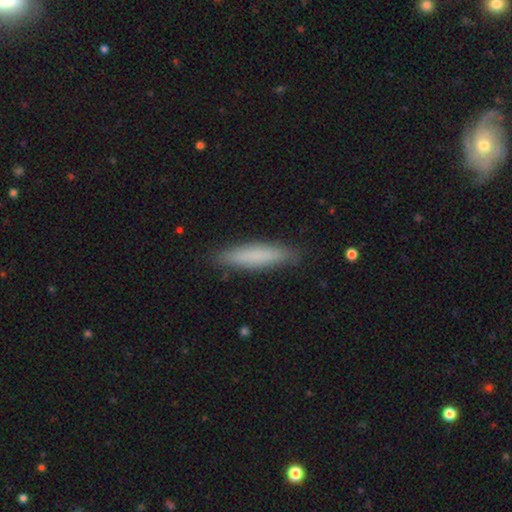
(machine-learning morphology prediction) A smooth galaxy with no disk features (79%) that is cigar-shaped (85%). Merging: none (89%).